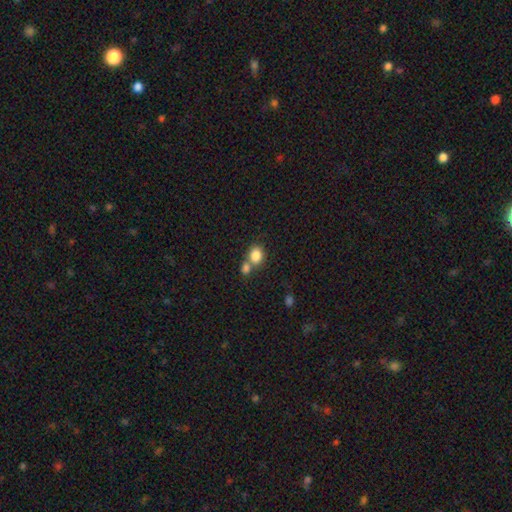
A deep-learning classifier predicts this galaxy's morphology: Smooth or featured? smooth (84%)
How rounded? round (61%)
Merging? merger (44%, tied with none)